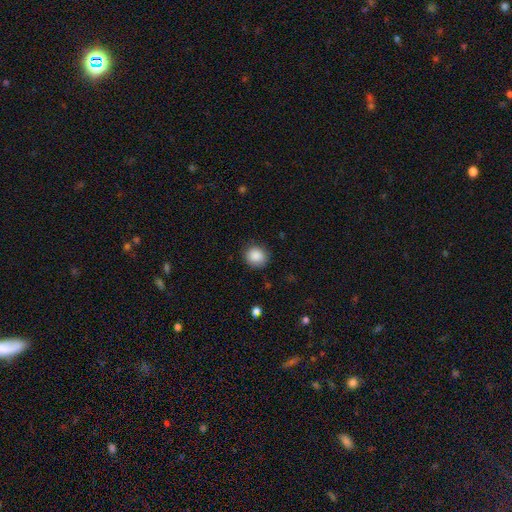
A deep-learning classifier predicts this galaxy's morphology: Smooth or featured? smooth (88%)
How rounded? round (87%)
Merging? none (86%)